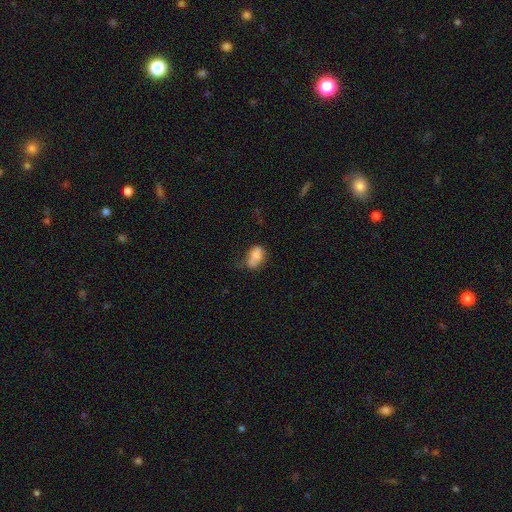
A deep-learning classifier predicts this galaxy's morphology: smooth_or_featured: smooth (p=0.75) [alt: featured or disk p=0.15]
how_rounded: in between (p=0.75) [alt: round p=0.23]
merging: none (p=0.30) [alt: merger p=0.29]